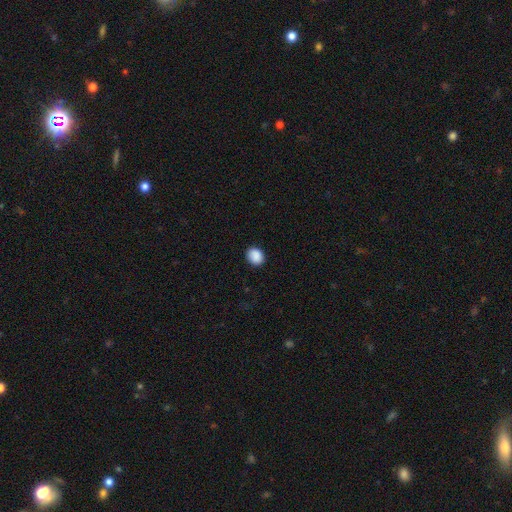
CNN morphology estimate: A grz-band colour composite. It shows a smooth galaxy with no disk features (89%) that is round (61%). Merging: none (87%).